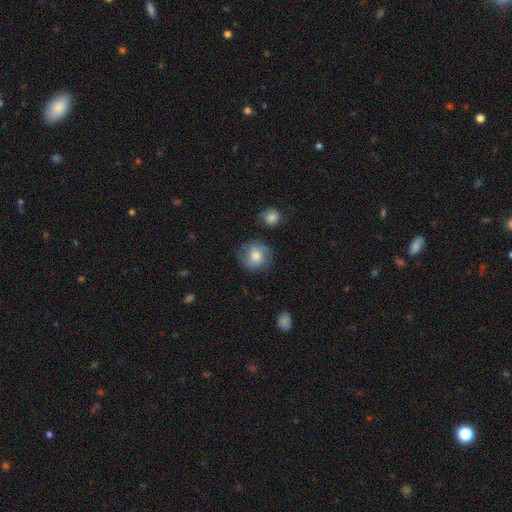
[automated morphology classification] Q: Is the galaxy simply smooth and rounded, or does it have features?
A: smooth — 59%.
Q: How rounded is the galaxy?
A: round — 83%.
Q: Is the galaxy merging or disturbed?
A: none — 69%.